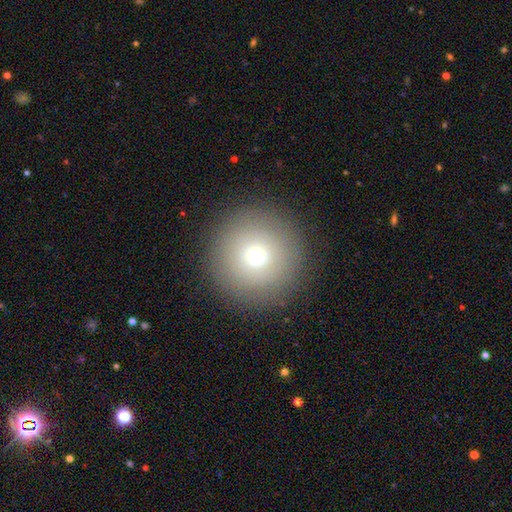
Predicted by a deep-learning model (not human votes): Smooth or featured? Predicted: smooth (p=0.67). How rounded? Predicted: round (p=0.97). Merging? Predicted: none (p=0.90).